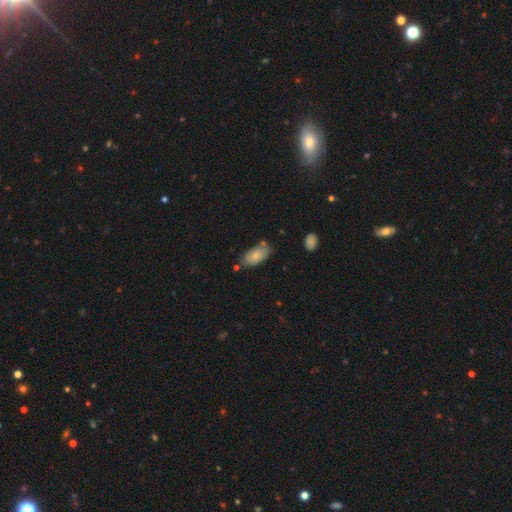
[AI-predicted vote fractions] Overall: smooth (78%). How rounded: in between (93%). Merging: none (65%).